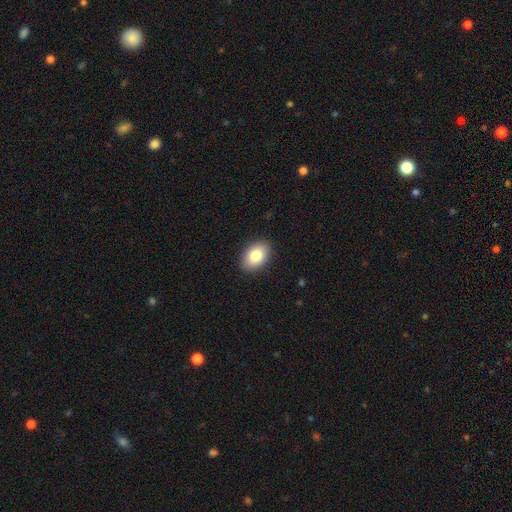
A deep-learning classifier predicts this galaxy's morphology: smooth_or_featured: smooth (p=0.84) [alt: featured or disk p=0.09]
how_rounded: in between (p=0.87) [alt: round p=0.12]
merging: none (p=0.89) [alt: minor disturbance p=0.08]